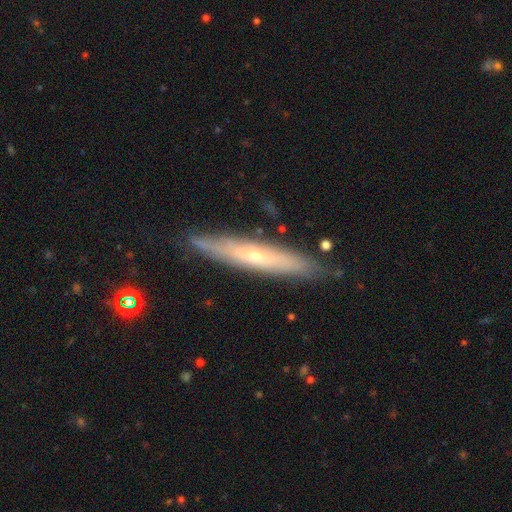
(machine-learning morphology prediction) This appears to be a featured or disk galaxy (60%) viewed edge-on (78%). Merging: none (83%).